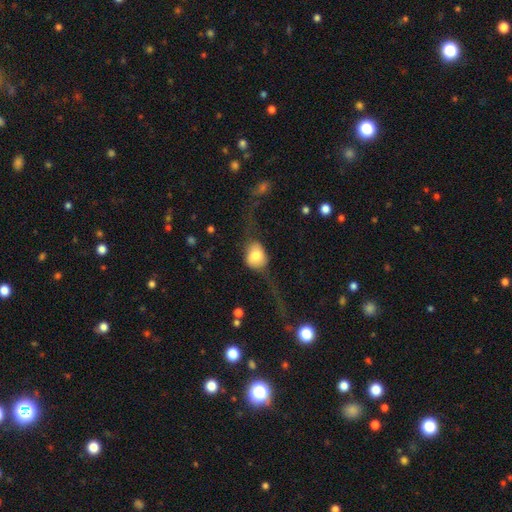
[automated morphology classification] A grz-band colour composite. It shows a smooth galaxy with no disk features (57%) that is round (54%). Merging: major disturbance (42%).